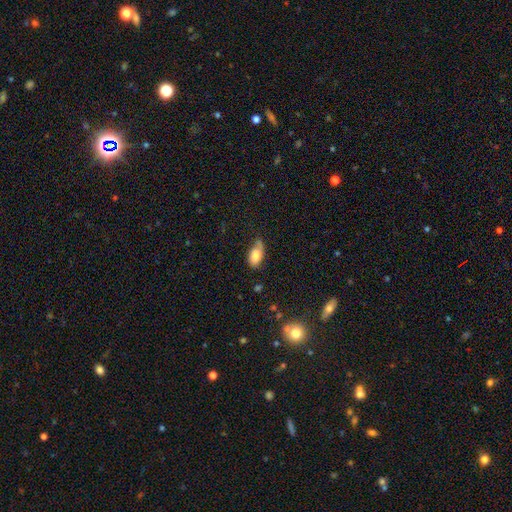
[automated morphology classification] Smooth or featured: smooth — 72% (featured or disk — 21%)
How rounded: in between — 91% (round — 5%)
Merging: none — 47% (minor disturbance — 37%)